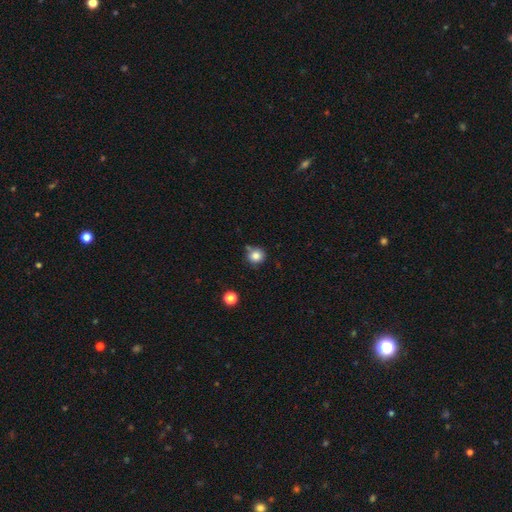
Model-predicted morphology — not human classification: This is clearly a smooth galaxy (84%). How rounded: clearly round (90%). Merging: likely none (72%).